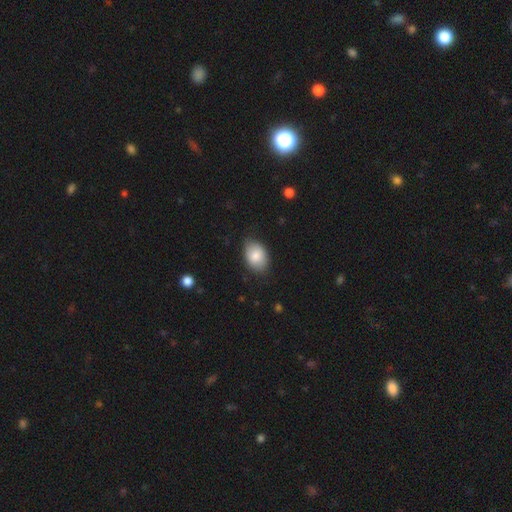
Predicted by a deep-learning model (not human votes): This appears to be a smooth galaxy with no disk features (84%) that is in between round and cigar-shaped (83%). Merging: none (79%).